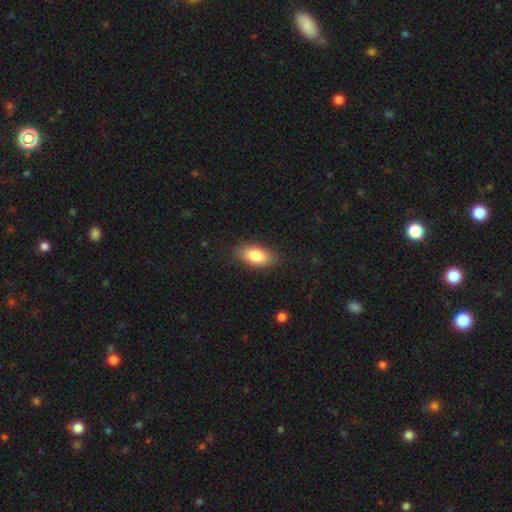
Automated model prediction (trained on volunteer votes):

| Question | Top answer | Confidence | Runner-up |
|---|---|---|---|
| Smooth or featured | smooth | 84% | featured or disk (9%) |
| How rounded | in between | 90% | cigar-shaped (6%) |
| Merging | none | 85% | minor disturbance (11%) |